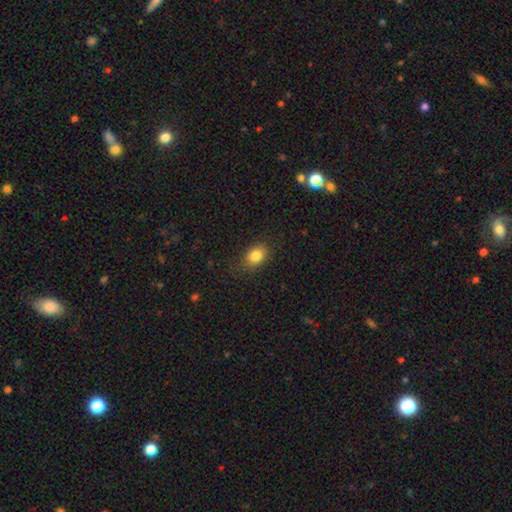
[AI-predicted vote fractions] A smooth galaxy with no disk features (83%) that is in between round and cigar-shaped (65%).

Vote fractions:
- Smooth or featured? smooth: 83% / star or artifact: 10% / featured or disk: 7%
- How rounded? in between: 65% / round: 34% / cigar-shaped: 1%
- Merging? none: 82% / minor disturbance: 13% / major disturbance: 4% / merger: 1%